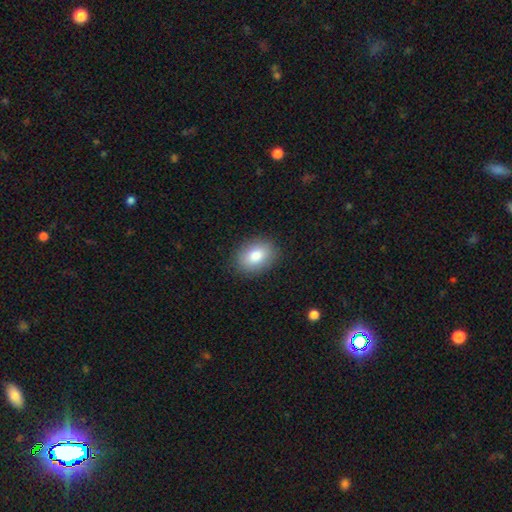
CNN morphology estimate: Overall: smooth (82%). How rounded: in between (71%). Merging: none (88%).